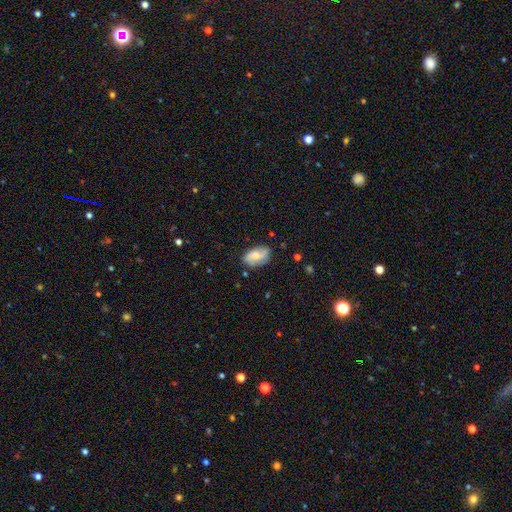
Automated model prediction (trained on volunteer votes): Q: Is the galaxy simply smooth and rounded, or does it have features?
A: featured or disk — 47%.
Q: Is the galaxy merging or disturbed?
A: none — 70%.